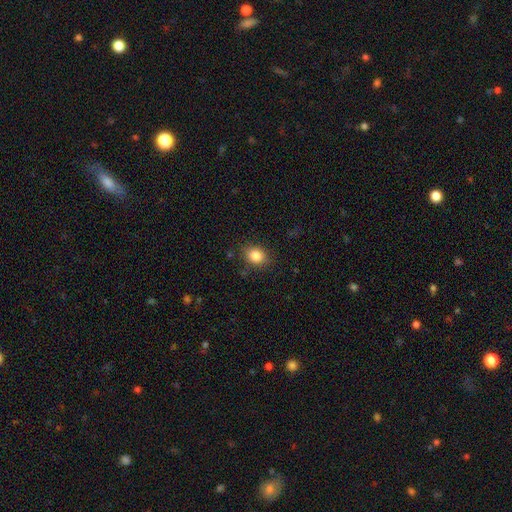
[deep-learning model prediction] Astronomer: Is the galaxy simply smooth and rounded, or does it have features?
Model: smooth — 85%.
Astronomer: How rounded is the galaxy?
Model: round — 50% (runner-up: in between, 49%).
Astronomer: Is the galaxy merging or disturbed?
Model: none — 82%.